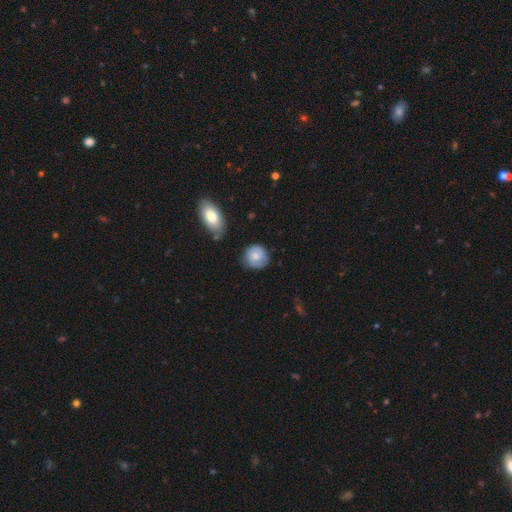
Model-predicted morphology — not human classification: type=smooth (66%); roundness=round (85%); merging=none (74%).